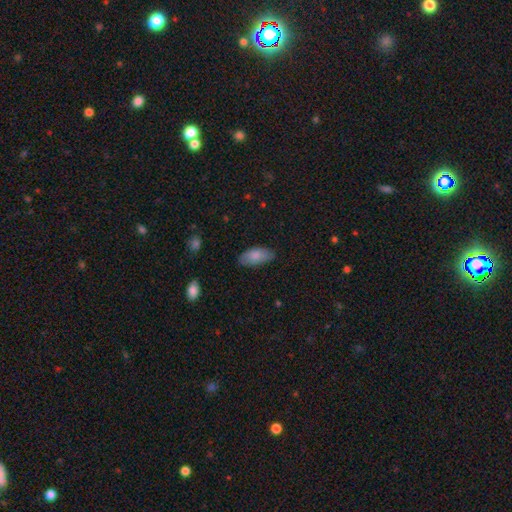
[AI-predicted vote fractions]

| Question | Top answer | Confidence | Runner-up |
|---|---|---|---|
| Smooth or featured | smooth | 81% | featured or disk (13%) |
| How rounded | in between | 92% | cigar-shaped (6%) |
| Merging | none | 78% | minor disturbance (17%) |